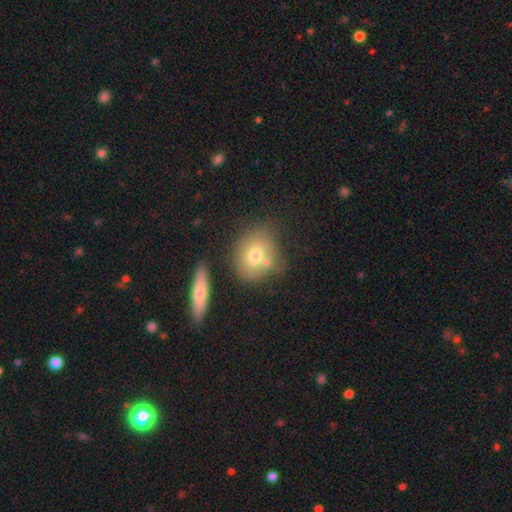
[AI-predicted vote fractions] The model was most divided on "how rounded": round: 58%, in between: 40%, cigar-shaped: 2%. More confident: smooth or featured — smooth (70%); merging — none (56%).